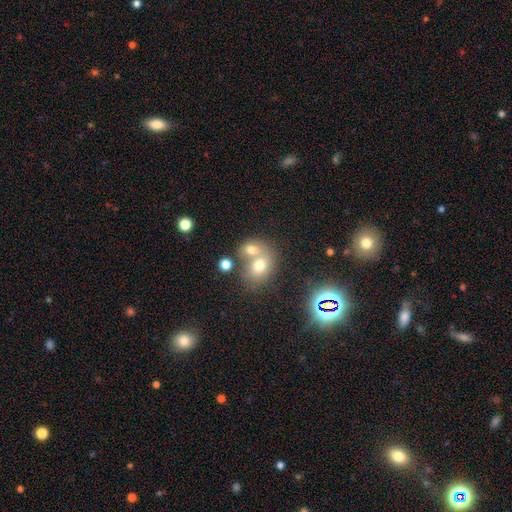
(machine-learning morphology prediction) smooth 59%, featured or disk 21%, star or artifact 20%. Down the decision tree: how rounded — in between (52%); merging — merger (57%).